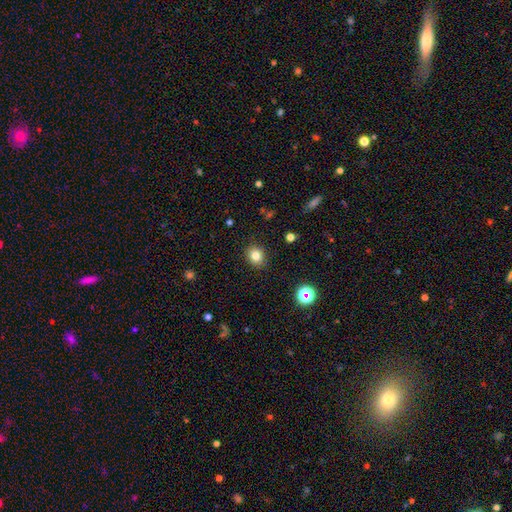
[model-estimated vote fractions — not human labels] smooth_or_featured: smooth (p=0.80) [alt: star or artifact p=0.13]
how_rounded: round (p=0.75) [alt: in between p=0.25]
merging: none (p=0.90) [alt: minor disturbance p=0.07]